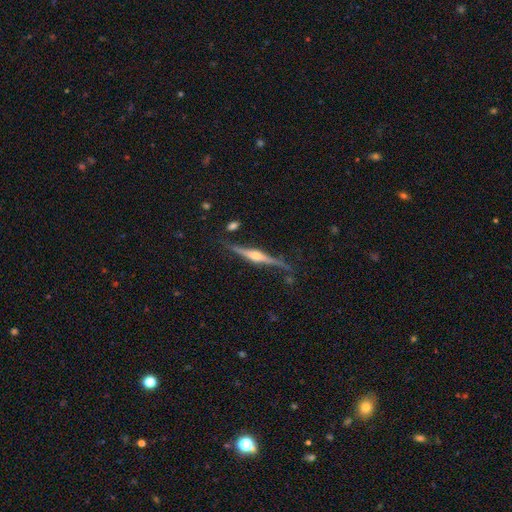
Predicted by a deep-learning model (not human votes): Smooth or featured?
  - featured or disk: 85% *
  - smooth: 9%
  - star or artifact: 5%
Edge-on disk?
  - yes: 98% *
  - no: 2%
Edge-on bulge?
  - rounded: 93% *
  - boxy: 4%
  - none: 3%
Merging?
  - none: 79% *
  - minor disturbance: 14%
  - merger: 4%
  - major disturbance: 3%